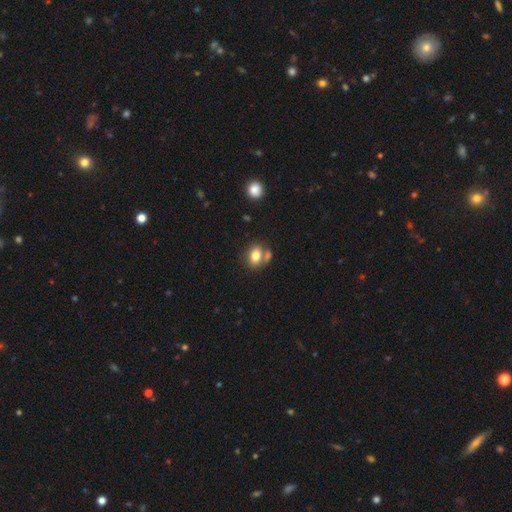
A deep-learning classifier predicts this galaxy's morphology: This is likely a smooth galaxy (80%). How rounded: likely in between (67%). Merging: possibly none (55%).